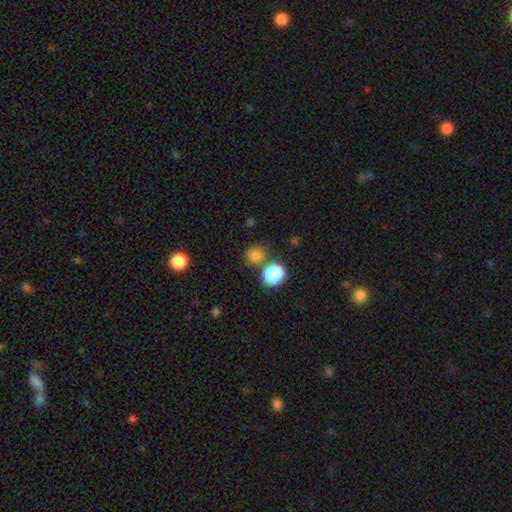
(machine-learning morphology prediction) smooth 80%, star or artifact 15%, featured or disk 5%. Down the decision tree: how rounded — round (81%); merging — none (66%).